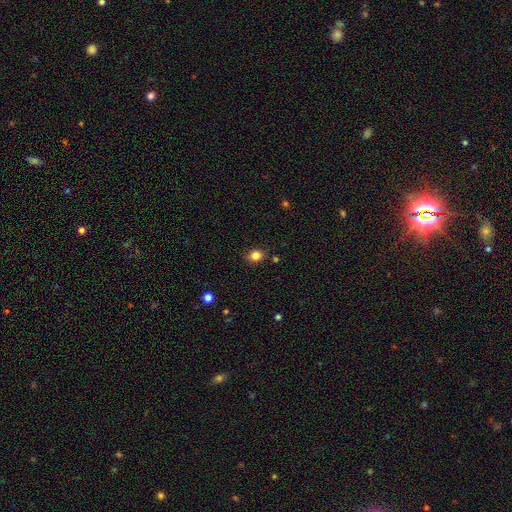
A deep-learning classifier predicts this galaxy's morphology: Smooth or featured? smooth (83%)
How rounded? round (58%)
Merging? none (86%)